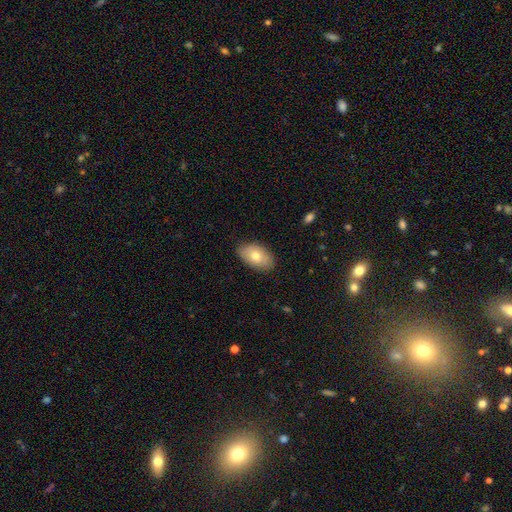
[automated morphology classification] A smooth galaxy with no disk features (73%) that is in between round and cigar-shaped (93%). Merging: none (83%).